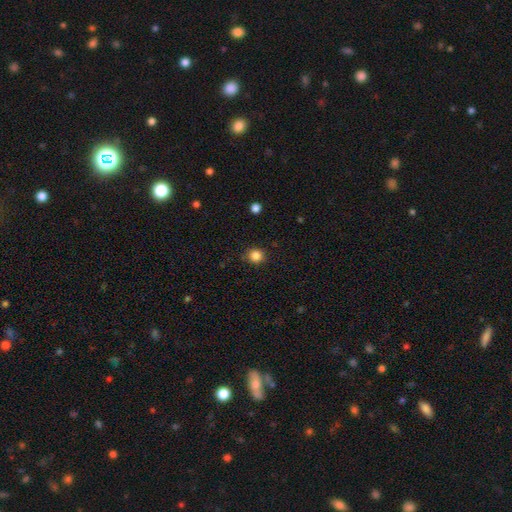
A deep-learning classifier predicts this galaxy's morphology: Q: Smooth or featured?
A: smooth (85%); runner-up: star or artifact (11%)
Q: How rounded?
A: round (88%); runner-up: in between (12%)
Q: Merging?
A: none (86%); runner-up: minor disturbance (10%)